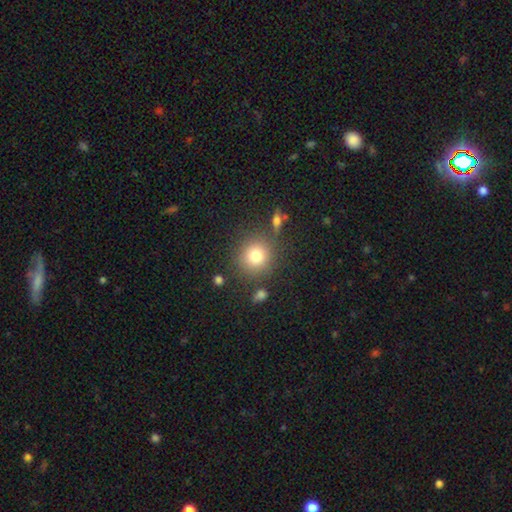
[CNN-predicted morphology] smooth-or-featured: smooth: 79% | star or artifact: 12% | featured or disk: 9%
  how-rounded: round: 90% | in between: 9% | cigar-shaped: 1%
  merging: none: 82% | minor disturbance: 9% | merger: 6% | major disturbance: 4%